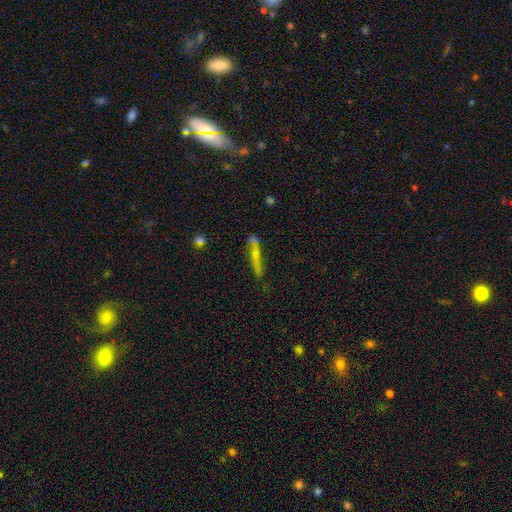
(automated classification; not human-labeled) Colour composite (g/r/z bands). It shows a smooth galaxy with no disk features (49%). Merging: none (54%).